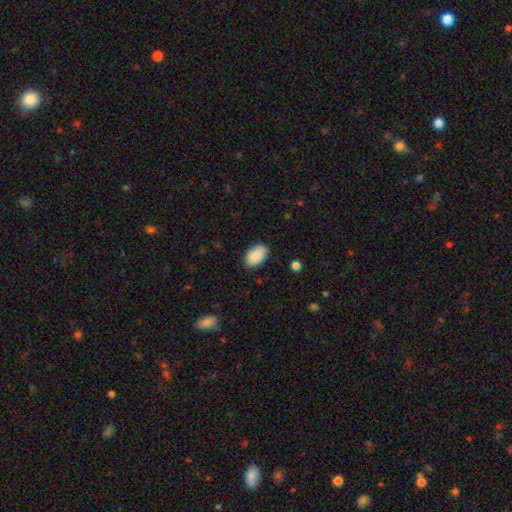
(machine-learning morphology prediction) smooth_or_featured: smooth (p=0.90) [alt: star or artifact p=0.06]
how_rounded: in between (p=0.93) [alt: round p=0.05]
merging: none (p=0.84) [alt: minor disturbance p=0.13]